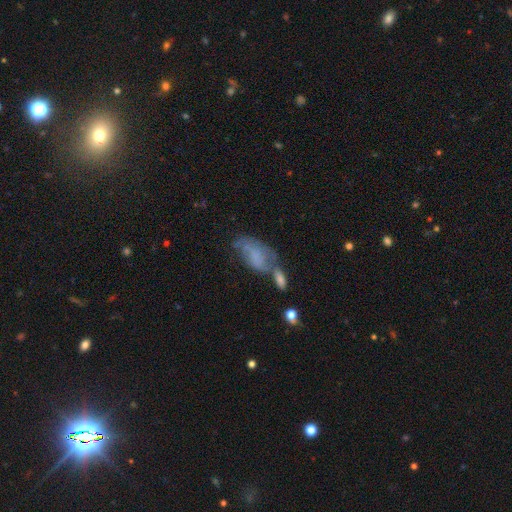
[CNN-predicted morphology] A smooth galaxy with no disk features (48%). Merging: merger (40%).